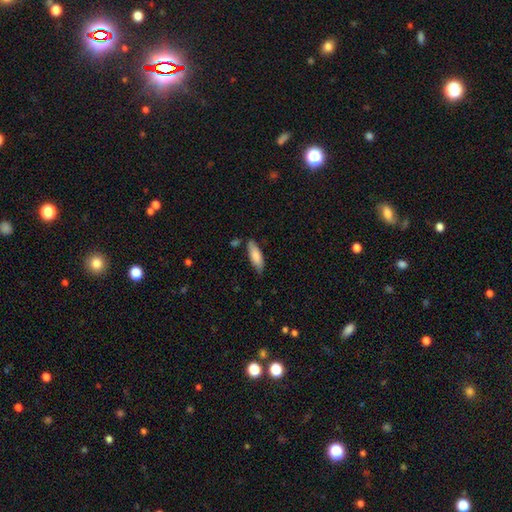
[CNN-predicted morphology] smooth-or-featured: smooth: 78% | featured or disk: 16% | star or artifact: 6%
  how-rounded: in between: 55% | cigar-shaped: 43% | round: 2%
  merging: none: 76% | minor disturbance: 17% | merger: 4% | major disturbance: 3%